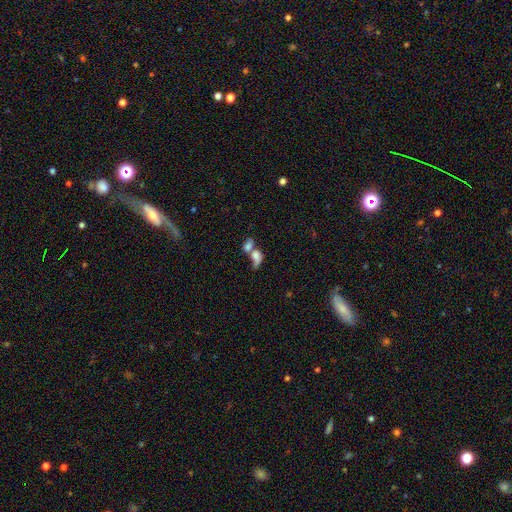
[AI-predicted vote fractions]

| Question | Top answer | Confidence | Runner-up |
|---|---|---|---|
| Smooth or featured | smooth | 66% | featured or disk (23%) |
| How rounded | in between | 71% | round (24%) |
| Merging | merger | 69% | none (14%) |